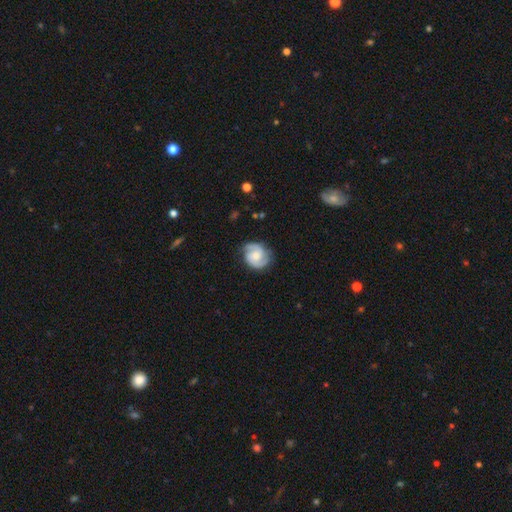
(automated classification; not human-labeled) The model was most divided on "spiral winding": medium: 45%, tight: 43%, loose: 12%. Remaining: edge-on disk — no (98%); spiral arms — yes (97%); spiral arm count — 2 (88%); smooth or featured — featured or disk (82%); merging — none (78%); bar — no (59%); bulge size — moderate (49%).